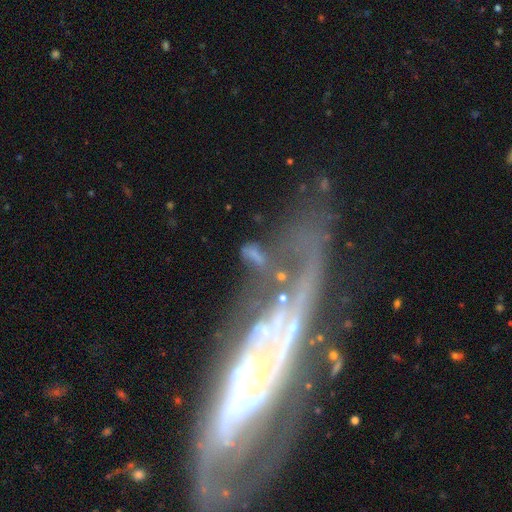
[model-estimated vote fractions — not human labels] Smooth or featured? featured or disk (51%)
Edge-on disk? no (78%)
Merging? none (33%)